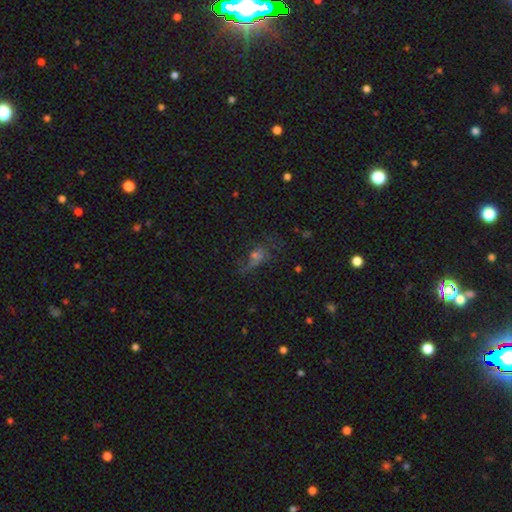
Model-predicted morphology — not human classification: The model was most divided on "merging": major disturbance: 38%, none: 37%, minor disturbance: 20%, merger: 5%. Remaining: smooth or featured — smooth (41%).